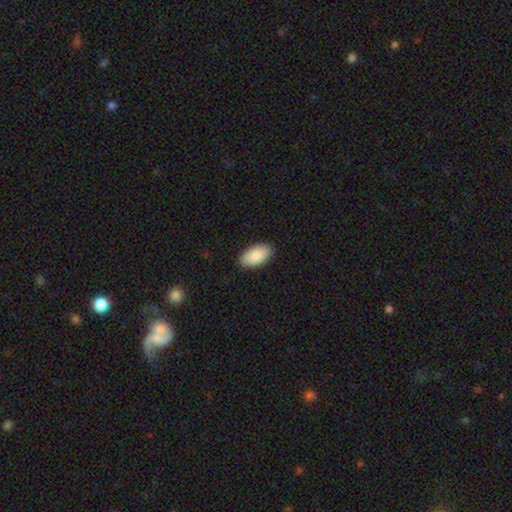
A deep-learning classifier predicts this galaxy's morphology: A smooth galaxy with no disk features (89%) that is in between round and cigar-shaped (96%). Merging: none (89%).